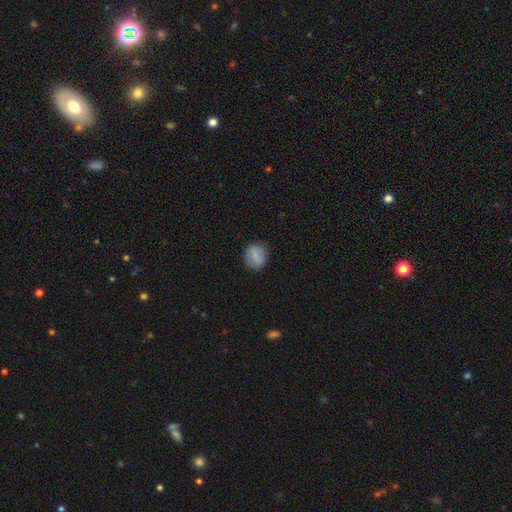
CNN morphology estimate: smooth-or-featured: smooth: 68% | featured or disk: 24% | star or artifact: 7%
  how-rounded: round: 75% | in between: 23% | cigar-shaped: 1%
  merging: none: 87% | minor disturbance: 9% | major disturbance: 3% | merger: 1%